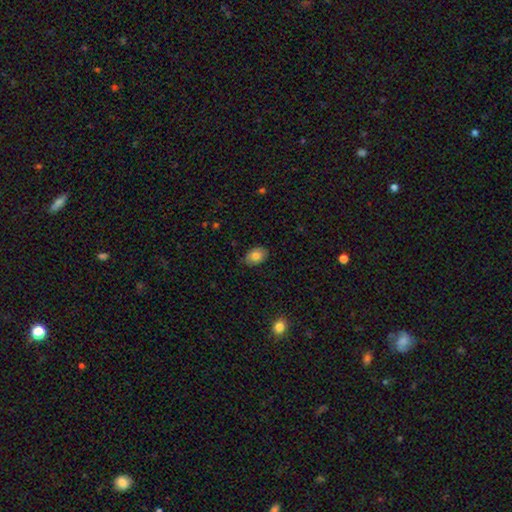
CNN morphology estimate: Smooth or featured? Predicted: smooth (p=0.82). How rounded? Predicted: in between (p=0.83). Merging? Predicted: none (p=0.83).